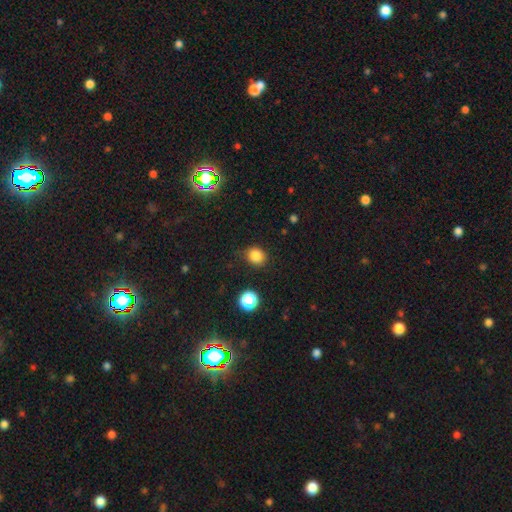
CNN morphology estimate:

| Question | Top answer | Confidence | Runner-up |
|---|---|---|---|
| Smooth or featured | smooth | 82% | star or artifact (13%) |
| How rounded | round | 77% | in between (22%) |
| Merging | none | 81% | minor disturbance (14%) |